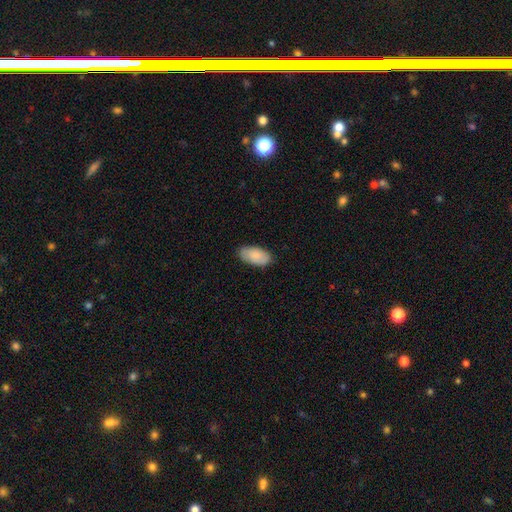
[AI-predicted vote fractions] smooth_or_featured: smooth (p=0.83) [alt: featured or disk p=0.11]
how_rounded: in between (p=0.95) [alt: cigar-shaped p=0.03]
merging: none (p=0.82) [alt: minor disturbance p=0.15]